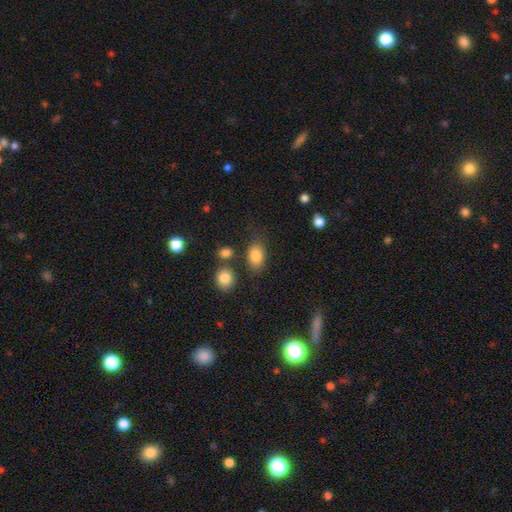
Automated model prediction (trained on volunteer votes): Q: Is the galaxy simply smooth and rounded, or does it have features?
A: smooth — 84%.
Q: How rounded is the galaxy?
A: in between — 80%.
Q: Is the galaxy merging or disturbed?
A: none — 72%.